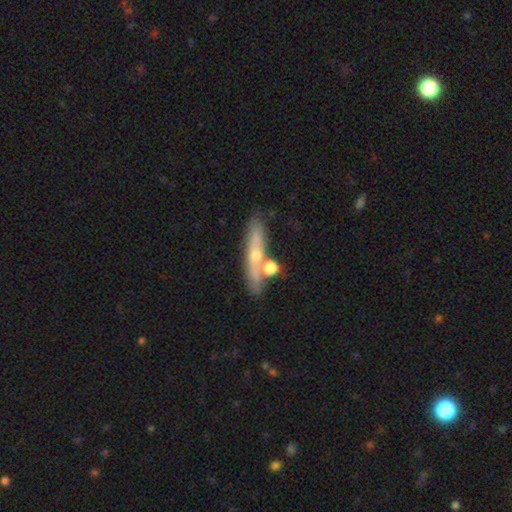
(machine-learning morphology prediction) Smooth or featured: featured or disk — 46% (smooth — 45%)
Merging: none — 62% (merger — 18%)